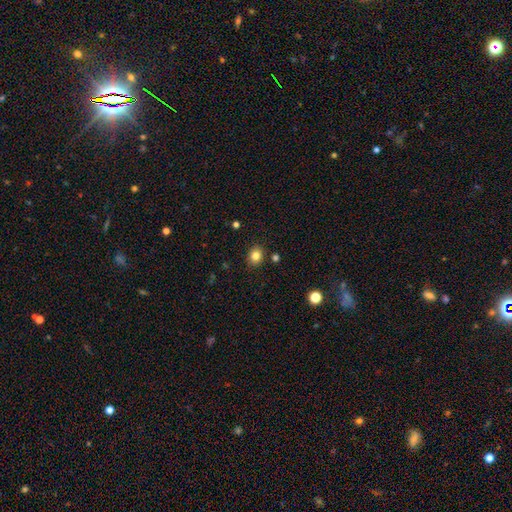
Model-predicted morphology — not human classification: Q: Smooth or featured?
A: smooth (83%); runner-up: star or artifact (11%)
Q: How rounded?
A: round (63%); runner-up: in between (36%)
Q: Merging?
A: none (87%); runner-up: minor disturbance (9%)